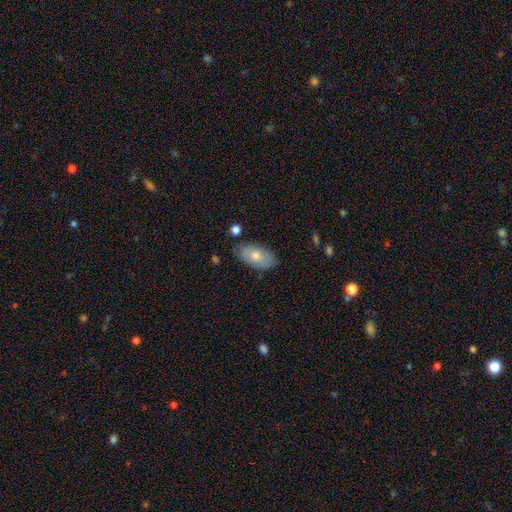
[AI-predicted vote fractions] Smooth or featured? Predicted: smooth (p=0.66). How rounded? Predicted: in between (p=0.92). Merging? Predicted: none (p=0.82).